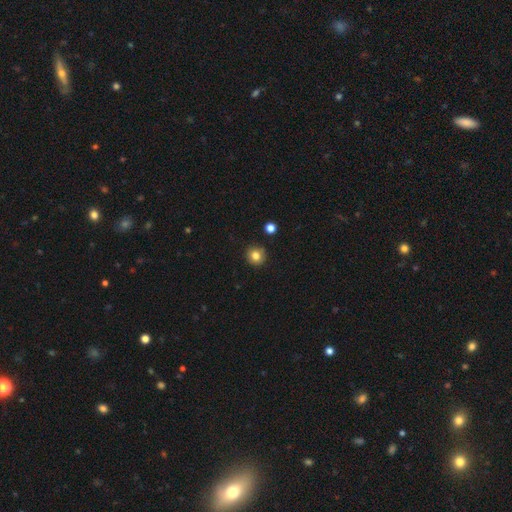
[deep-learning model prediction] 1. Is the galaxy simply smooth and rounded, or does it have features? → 81% smooth, 12% star or artifact, 7% featured or disk.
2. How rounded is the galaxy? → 93% round, 6% in between, 1% cigar-shaped.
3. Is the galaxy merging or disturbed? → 89% none, 7% minor disturbance, 2% merger, 2% major disturbance.